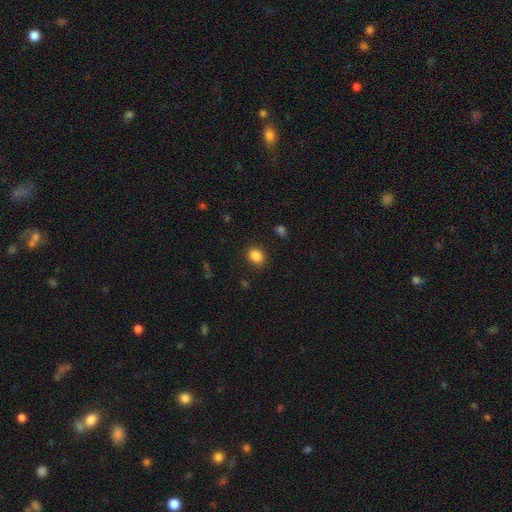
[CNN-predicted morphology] type=smooth (86%); roundness=round (52%); merging=none (86%).